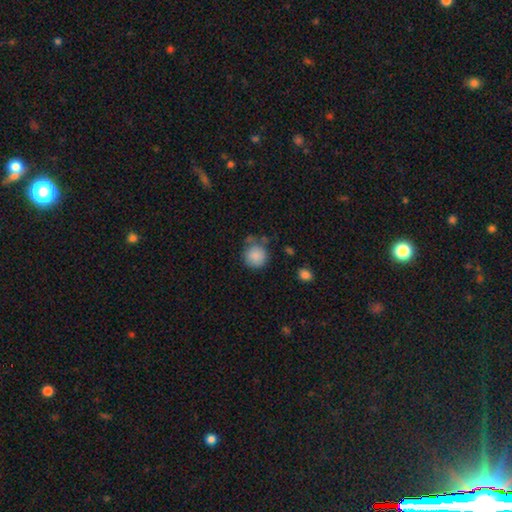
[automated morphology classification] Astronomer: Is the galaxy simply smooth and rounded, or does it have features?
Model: smooth — 87%.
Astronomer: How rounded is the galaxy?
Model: round — 91%.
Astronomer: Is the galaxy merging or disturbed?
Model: none — 67%.